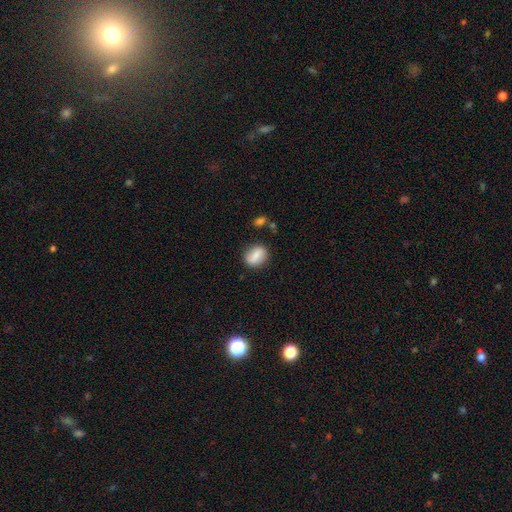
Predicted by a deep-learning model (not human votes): Smooth or featured? Predicted: smooth (p=0.67). How rounded? Predicted: round (p=0.50). Merging? Predicted: none (p=0.79).